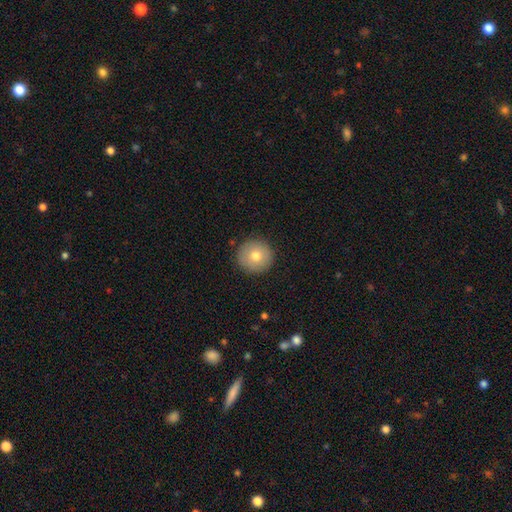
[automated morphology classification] This is likely a smooth galaxy (75%). How rounded: clearly round (95%). Merging: clearly none (91%).